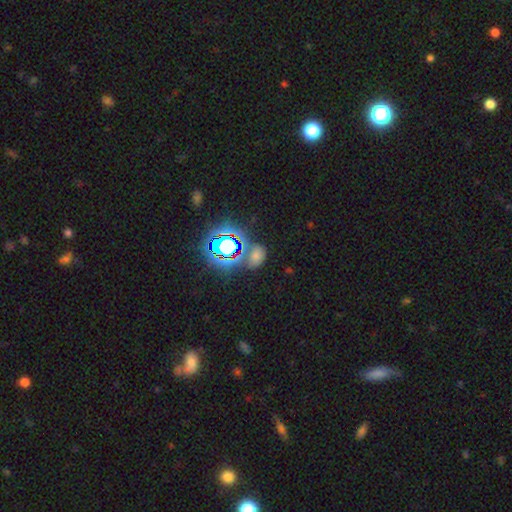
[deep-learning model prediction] smooth-or-featured: star or artifact: 46% | smooth: 45% | featured or disk: 10%